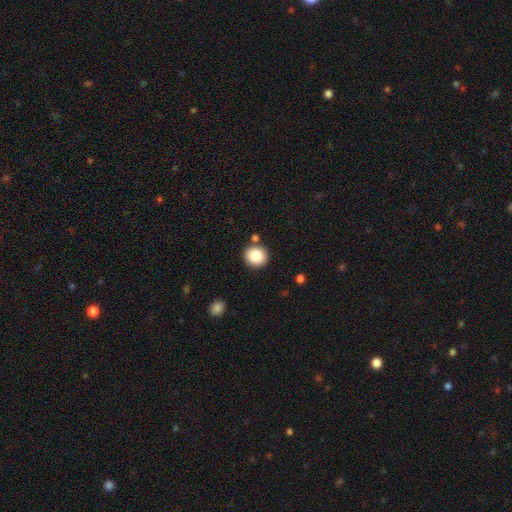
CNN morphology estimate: type=smooth (86%); roundness=round (90%); merging=none (84%).